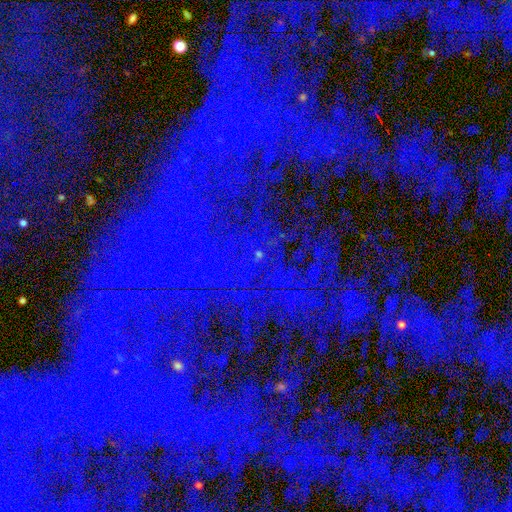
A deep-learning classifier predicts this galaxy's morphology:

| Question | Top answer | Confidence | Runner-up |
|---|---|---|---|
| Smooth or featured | star or artifact | 83% | featured or disk (9%) |